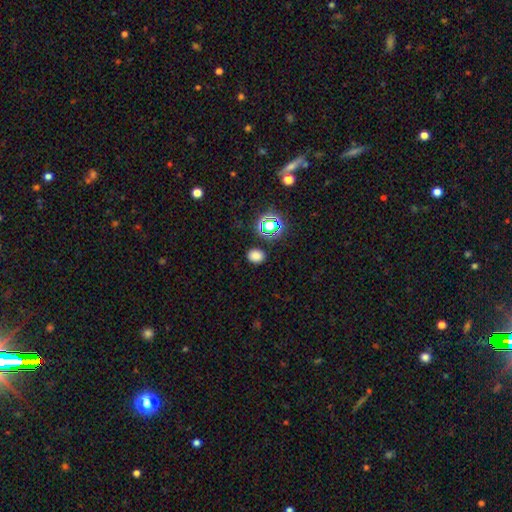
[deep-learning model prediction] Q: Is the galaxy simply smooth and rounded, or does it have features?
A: smooth — 78%.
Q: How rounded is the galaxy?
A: in between — 54%.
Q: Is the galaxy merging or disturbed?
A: none — 86%.